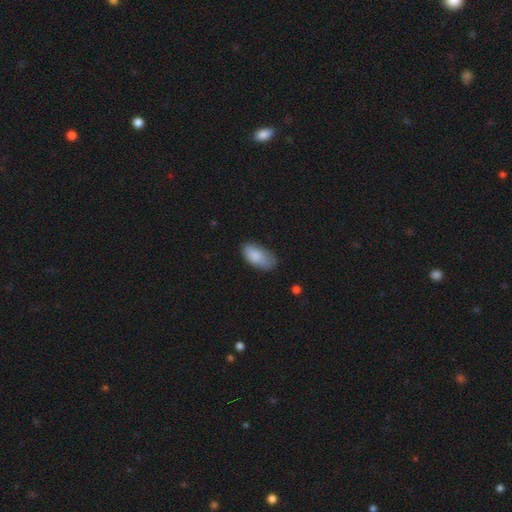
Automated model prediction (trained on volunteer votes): Q: Smooth or featured?
A: smooth (84%); runner-up: featured or disk (9%)
Q: How rounded?
A: in between (92%); runner-up: cigar-shaped (5%)
Q: Merging?
A: none (60%); runner-up: minor disturbance (30%)